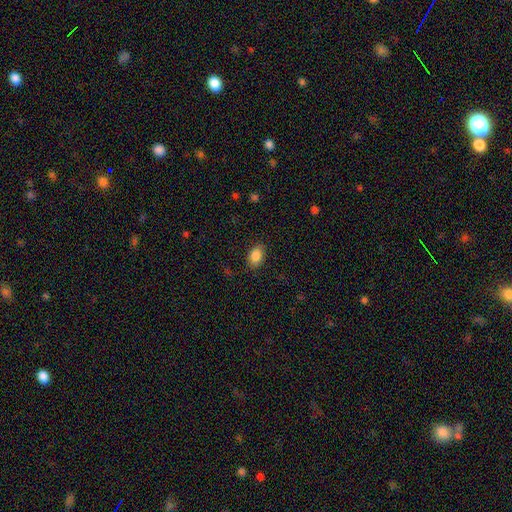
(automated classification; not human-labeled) smooth 86%, star or artifact 8%, featured or disk 6%. Down the decision tree: how rounded — in between (84%); merging — none (85%).